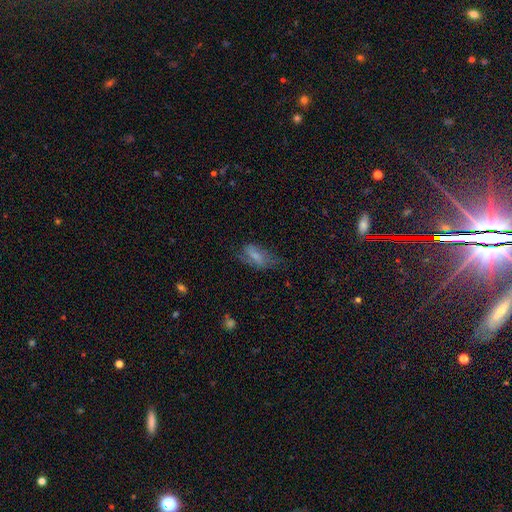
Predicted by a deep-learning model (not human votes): This is likely a smooth galaxy (62%). How rounded: clearly in between (86%). Merging: possibly none (49%).